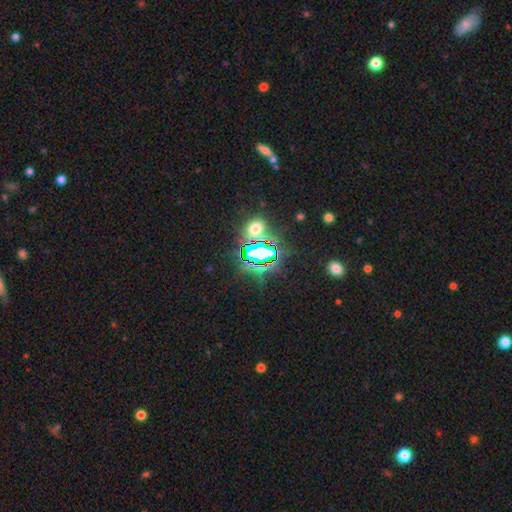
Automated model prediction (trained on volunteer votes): Smooth or featured: star or artifact — 80% (smooth — 13%)